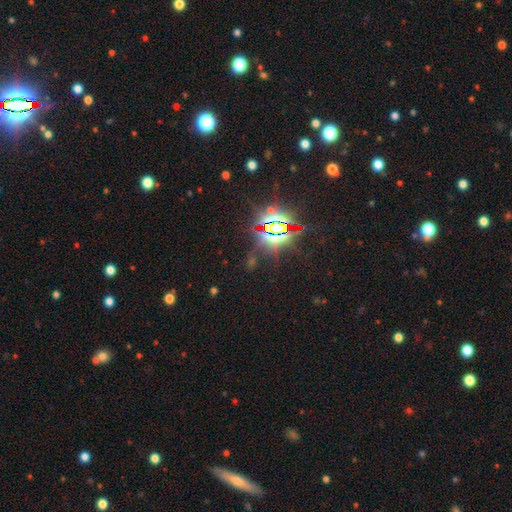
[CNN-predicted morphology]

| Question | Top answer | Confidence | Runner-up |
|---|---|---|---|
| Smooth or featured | star or artifact | 84% | smooth (9%) |